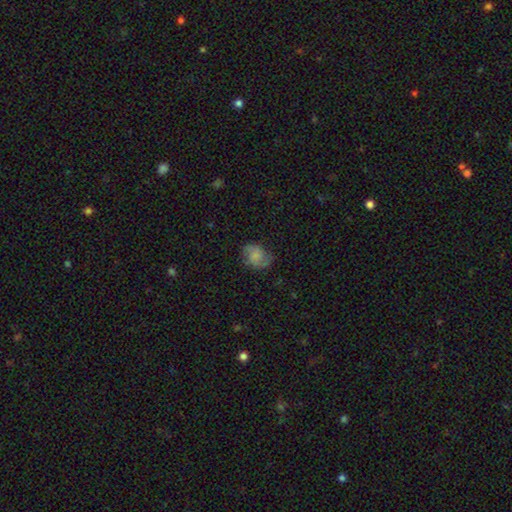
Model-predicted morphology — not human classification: A smooth galaxy with no disk features (57%) that is in between round and cigar-shaped (52%). Merging: none (65%).